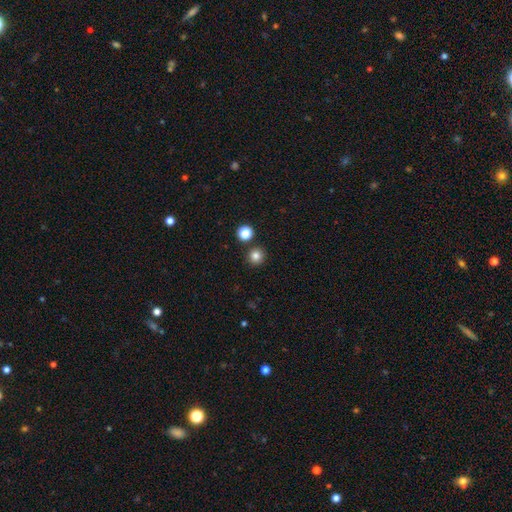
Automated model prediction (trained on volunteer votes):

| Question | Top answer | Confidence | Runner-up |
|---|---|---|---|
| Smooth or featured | smooth | 82% | star or artifact (13%) |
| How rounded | round | 94% | in between (5%) |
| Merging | none | 87% | minor disturbance (6%) |